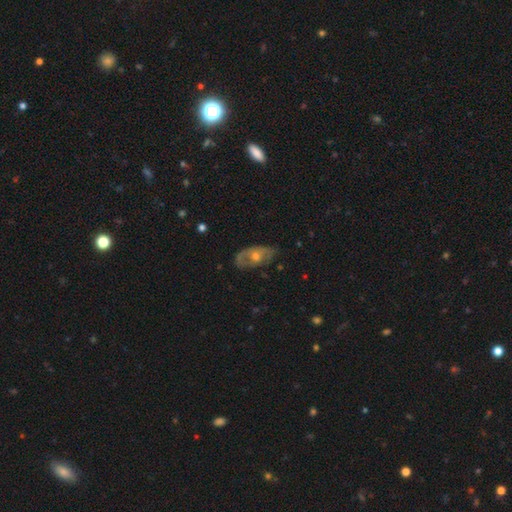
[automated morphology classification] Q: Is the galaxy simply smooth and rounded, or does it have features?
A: featured or disk — 62%.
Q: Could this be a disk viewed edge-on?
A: no — 87%.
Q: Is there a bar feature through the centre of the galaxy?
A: no — 82%.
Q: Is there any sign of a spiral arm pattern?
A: no — 50%, tied with yes.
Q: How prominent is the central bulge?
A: moderate — 65%.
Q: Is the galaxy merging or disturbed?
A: none — 66%.